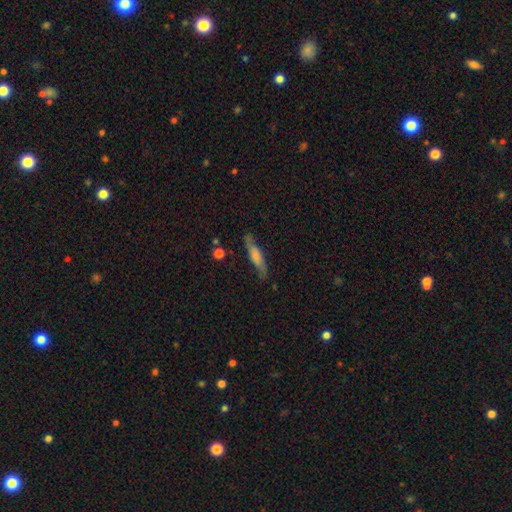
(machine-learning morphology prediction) Smooth or featured: smooth — 54% (featured or disk — 39%)
How rounded: cigar-shaped — 81% (in between — 17%)
Merging: none — 76% (minor disturbance — 17%)